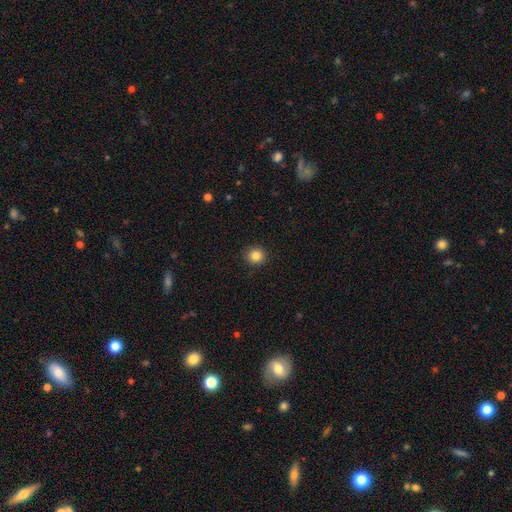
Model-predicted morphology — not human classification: A smooth galaxy with no disk features (85%) that is round (90%). Merging: none (91%).